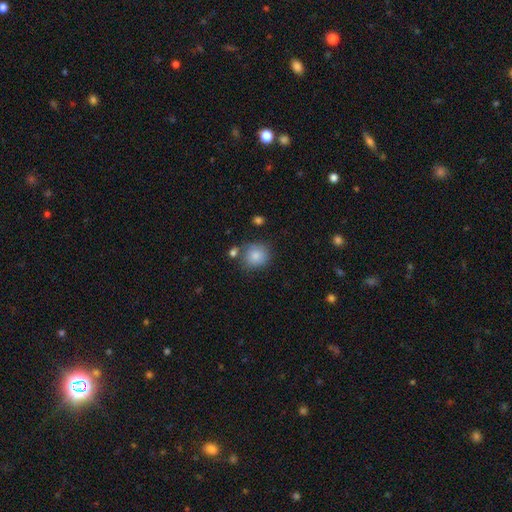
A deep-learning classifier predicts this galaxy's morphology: The model was most divided on "merging": none: 70%, minor disturbance: 16%, merger: 9%, major disturbance: 5%. More confident: smooth or featured — smooth (85%); how rounded — round (82%).